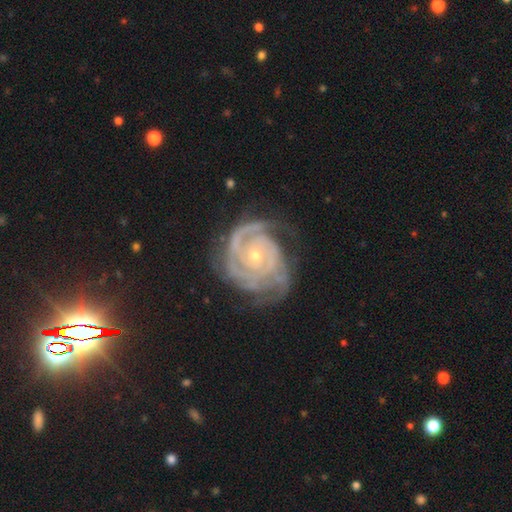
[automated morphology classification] Smooth or featured: featured or disk — 90% (star or artifact — 5%)
Edge-on disk: no — 98% (yes — 2%)
Bar: no — 76% (weak — 18%)
Spiral arms: yes — 98% (no — 2%)
Spiral winding: tight — 78% (medium — 19%)
Spiral arm count: 3 — 30% (2 — 22%)
Bulge size: small — 66% (moderate — 31%)
Merging: none — 65% (minor disturbance — 22%)